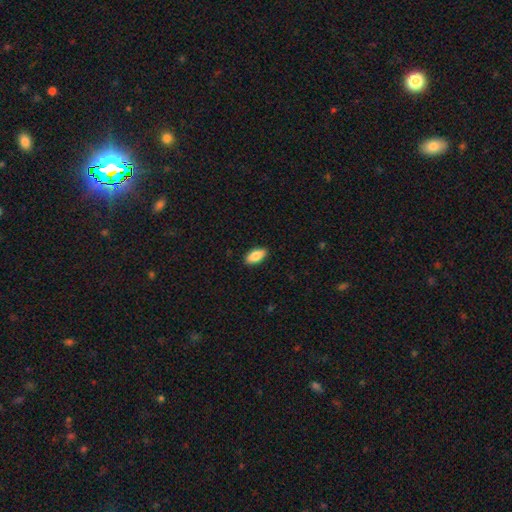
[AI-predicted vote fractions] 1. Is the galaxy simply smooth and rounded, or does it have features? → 82% smooth, 12% featured or disk, 6% star or artifact.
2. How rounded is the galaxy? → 88% in between, 10% cigar-shaped, 3% round.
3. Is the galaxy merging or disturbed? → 89% none, 8% minor disturbance, 2% major disturbance, 1% merger.